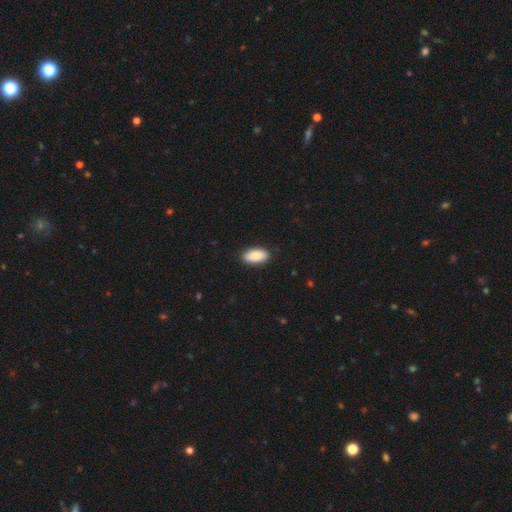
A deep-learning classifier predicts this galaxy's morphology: Overall: smooth (89%). How rounded: in between (94%). Merging: none (89%).